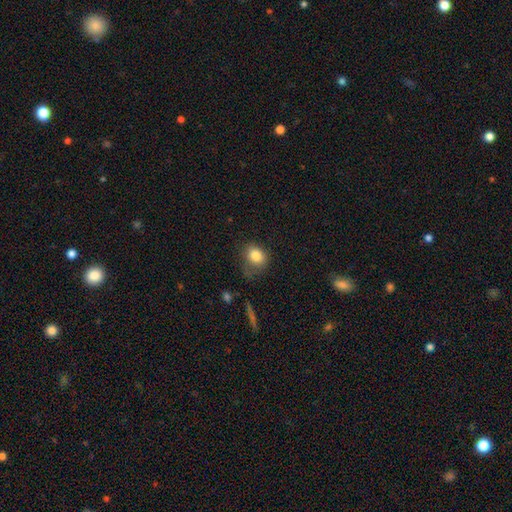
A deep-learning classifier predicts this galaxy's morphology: Smooth or featured? smooth (82%)
How rounded? round (55%)
Merging? none (56%)